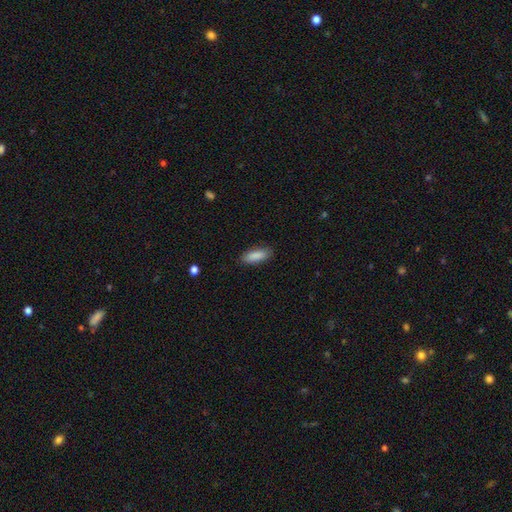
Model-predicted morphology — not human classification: Smooth or featured?
  - smooth: 89% *
  - star or artifact: 6%
  - featured or disk: 5%
How rounded?
  - in between: 68% *
  - cigar-shaped: 30%
  - round: 2%
Merging?
  - none: 87% *
  - minor disturbance: 10%
  - major disturbance: 2%
  - merger: 1%